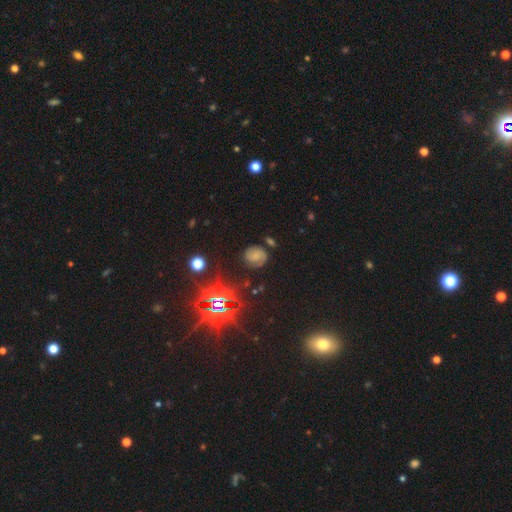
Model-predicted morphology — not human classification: Smooth or featured: smooth — 43% (featured or disk — 37%)
Merging: none — 71% (minor disturbance — 19%)